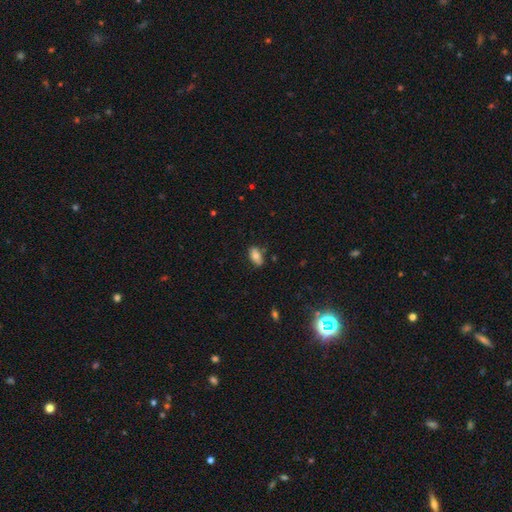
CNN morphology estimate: smooth-or-featured: smooth: 75% | featured or disk: 16% | star or artifact: 9%
  how-rounded: in between: 91% | round: 5% | cigar-shaped: 4%
  merging: none: 77% | minor disturbance: 17% | major disturbance: 3% | merger: 3%